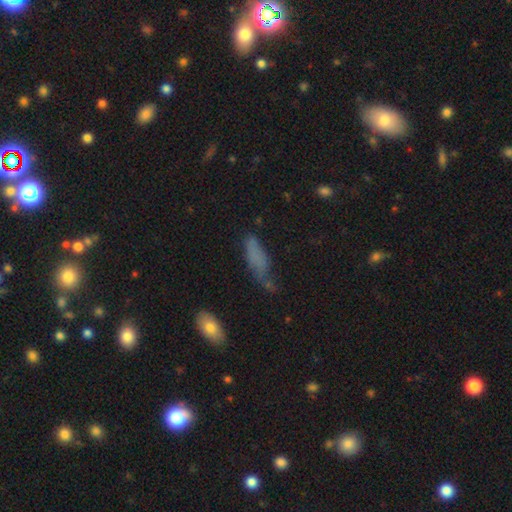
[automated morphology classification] Smooth or featured? Predicted: smooth (p=0.70). How rounded? Predicted: in between (p=0.51). Merging? Predicted: none (p=0.40).